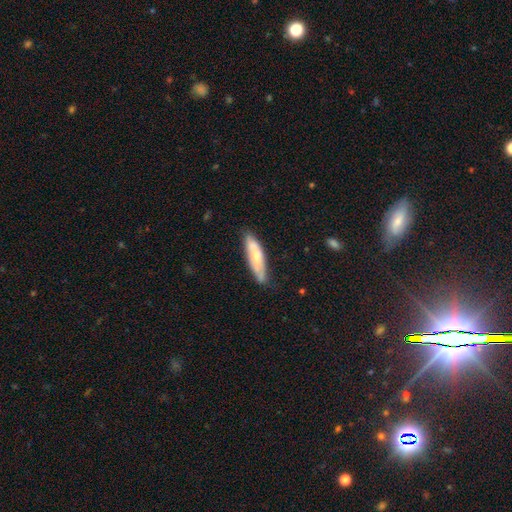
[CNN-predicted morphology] smooth_or_featured: smooth (p=0.60) [alt: featured or disk p=0.34]
how_rounded: cigar-shaped (p=0.65) [alt: in between p=0.34]
merging: none (p=0.71) [alt: minor disturbance p=0.23]